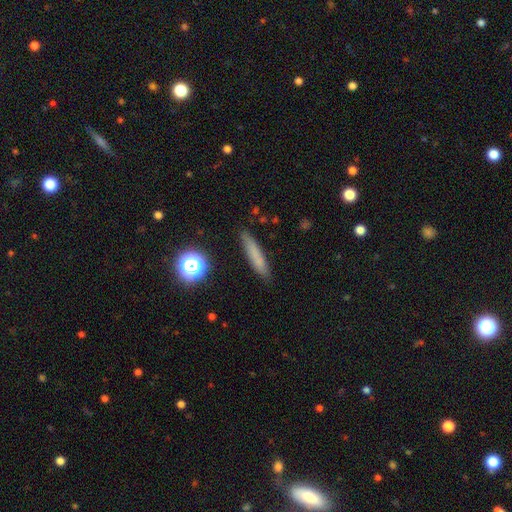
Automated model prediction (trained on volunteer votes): smooth_or_featured: smooth (p=0.72) [alt: featured or disk p=0.17]
how_rounded: cigar-shaped (p=0.88) [alt: in between p=0.09]
merging: none (p=0.85) [alt: minor disturbance p=0.10]